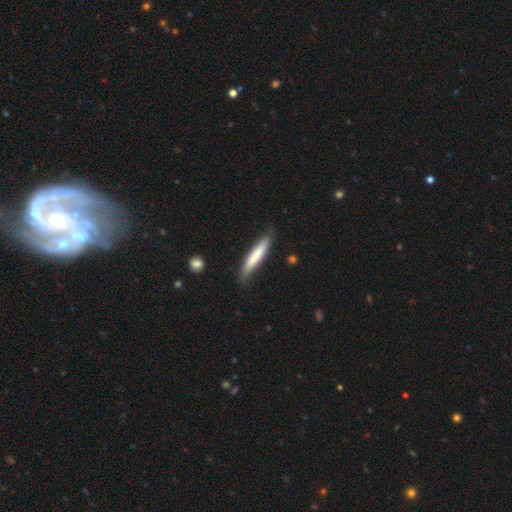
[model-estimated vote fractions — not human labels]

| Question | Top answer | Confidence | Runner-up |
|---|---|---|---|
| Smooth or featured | smooth | 70% | featured or disk (25%) |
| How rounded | cigar-shaped | 90% | in between (9%) |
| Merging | none | 78% | minor disturbance (17%) |